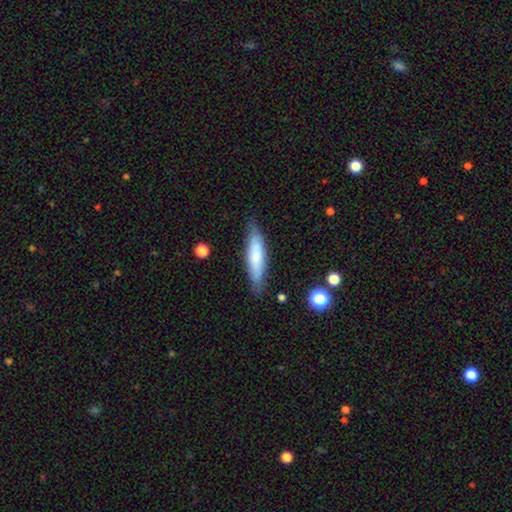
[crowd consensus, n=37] Smooth or featured: smooth — 65% (featured or disk — 32%)
How rounded: cigar-shaped — 88% (in between — 8%)
Merging: none — 86% (minor disturbance — 11%)